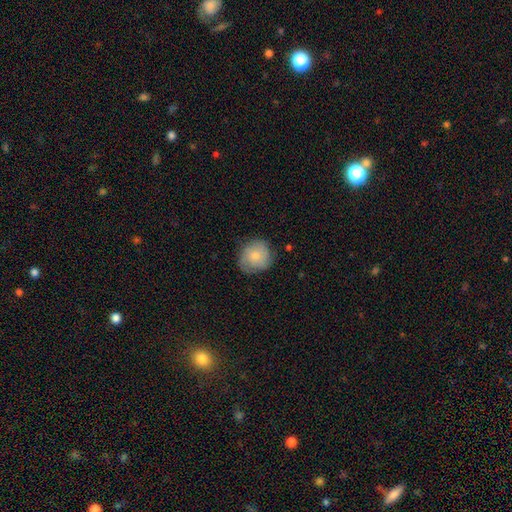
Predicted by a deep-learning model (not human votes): Q: Smooth or featured?
A: smooth (70%); runner-up: featured or disk (23%)
Q: How rounded?
A: round (83%); runner-up: in between (16%)
Q: Merging?
A: none (72%); runner-up: minor disturbance (21%)